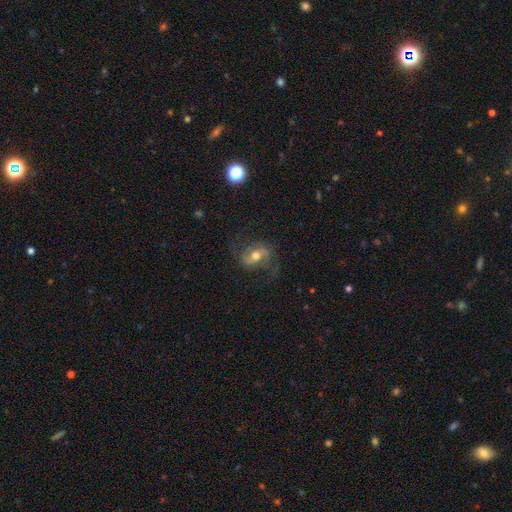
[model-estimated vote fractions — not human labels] Overall: featured or disk (69%). Edge-on disk: no (96%). Bar: weak (43%; no 32%). Spiral arms: yes (88%). Spiral arm count: 2 (87%). Spiral winding: loose (47%; medium 42%). Bulge size: moderate (73%). Merging: none (64%).